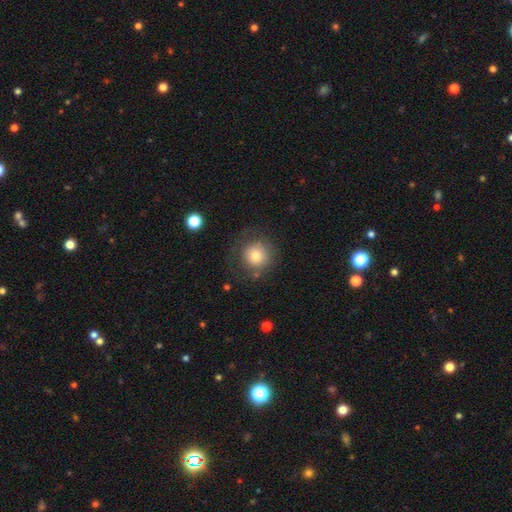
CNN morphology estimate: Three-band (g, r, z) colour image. It shows a smooth galaxy with no disk features (77%) that is round (93%). Merging: none (70%).